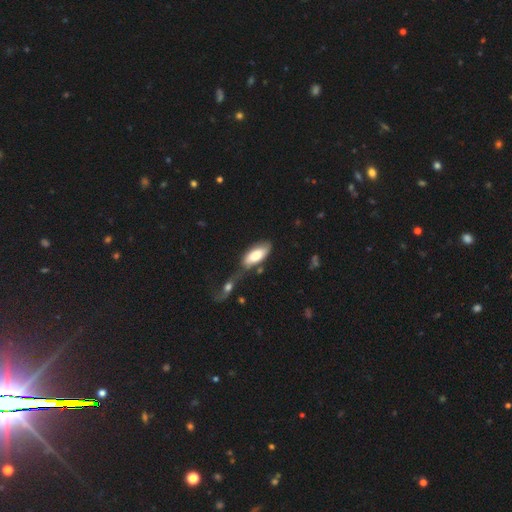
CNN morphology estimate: Overall: smooth (76%). How rounded: in between (86%). Merging: none (42%; merger 31%).